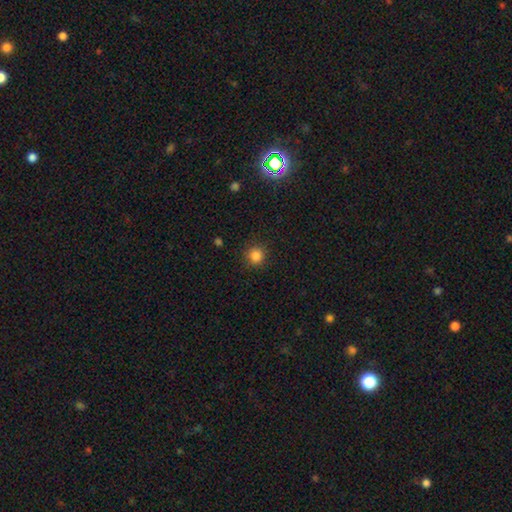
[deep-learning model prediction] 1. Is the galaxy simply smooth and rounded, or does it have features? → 84% smooth, 12% star or artifact, 4% featured or disk.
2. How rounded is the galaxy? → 93% round, 6% in between, 1% cigar-shaped.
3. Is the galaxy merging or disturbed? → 89% none, 7% minor disturbance, 3% major disturbance, 1% merger.